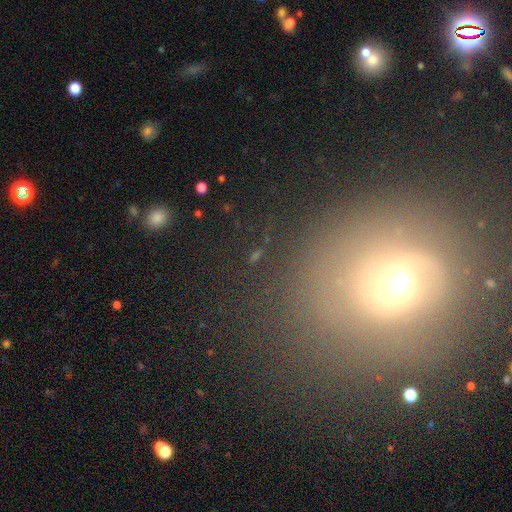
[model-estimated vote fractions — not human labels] The model was most divided on "smooth or featured": smooth: 41%, star or artifact: 31%, featured or disk: 28%. More confident: merging — none (68%).